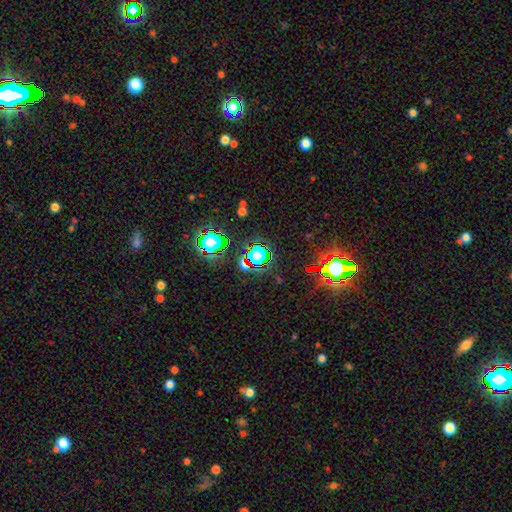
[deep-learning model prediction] A star or artifact, not a galaxy (68%).